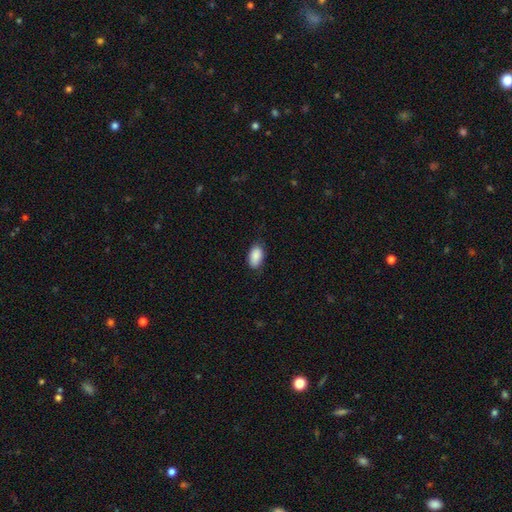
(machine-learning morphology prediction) This appears to be a smooth galaxy with no disk features (89%) that is in between round and cigar-shaped (94%). Merging: none (79%).